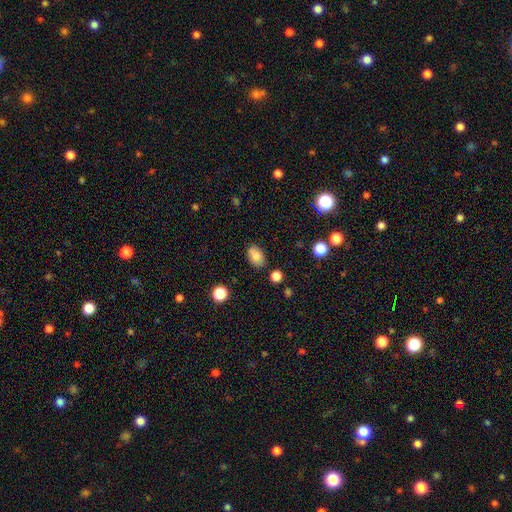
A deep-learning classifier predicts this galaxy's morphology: Smooth or featured: smooth — 83% (star or artifact — 9%)
How rounded: in between — 86% (round — 13%)
Merging: none — 79% (minor disturbance — 14%)